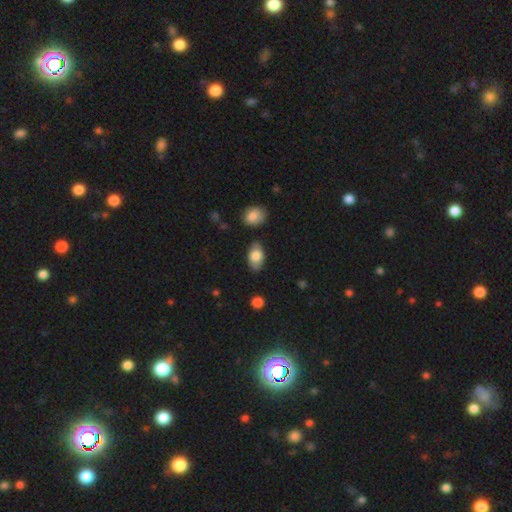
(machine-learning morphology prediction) Smooth or featured? smooth (77%)
How rounded? in between (92%)
Merging? none (80%)